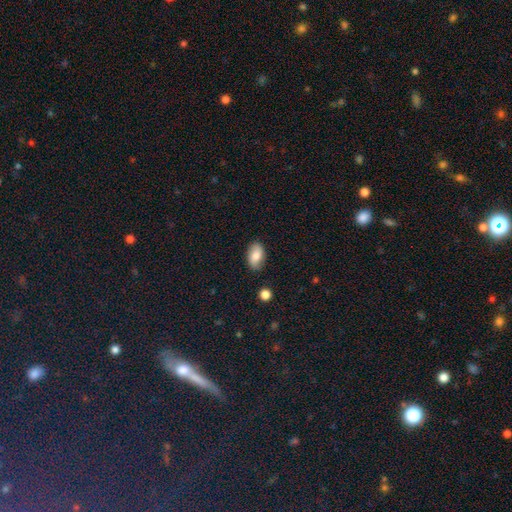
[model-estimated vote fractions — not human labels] Smooth or featured: smooth — 79% (featured or disk — 14%)
How rounded: in between — 92% (round — 6%)
Merging: none — 83% (minor disturbance — 12%)